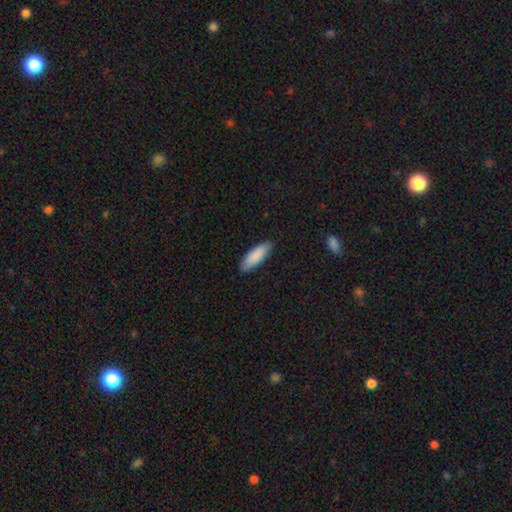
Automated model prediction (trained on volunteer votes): smooth-or-featured: smooth: 89% | featured or disk: 6% | star or artifact: 5%
  how-rounded: in between: 56% | cigar-shaped: 43% | round: 1%
  merging: none: 88% | minor disturbance: 10% | major disturbance: 2% | merger: 1%